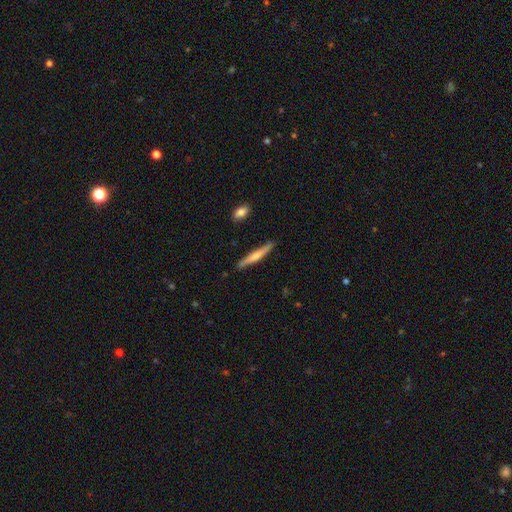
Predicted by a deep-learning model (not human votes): Morphology: type=smooth (56%); roundness=cigar-shaped (94%); merging=none (85%).